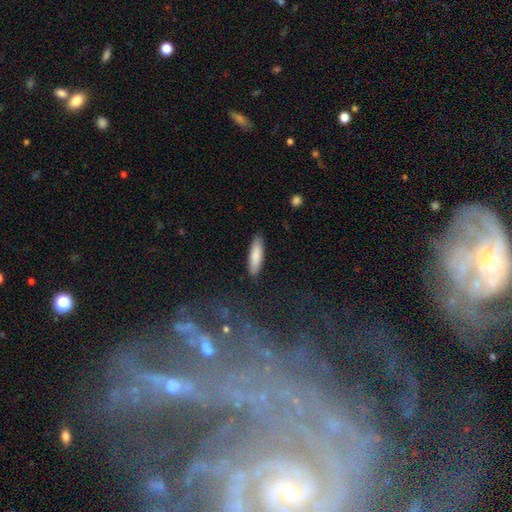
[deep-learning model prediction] The model was most divided on "how rounded": cigar-shaped: 60%, in between: 38%, round: 1%. More confident: merging — none (87%); smooth or featured — smooth (85%).